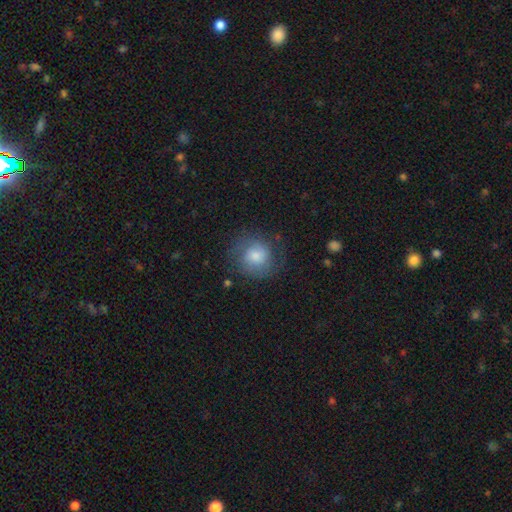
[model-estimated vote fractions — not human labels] This appears to be a smooth galaxy with no disk features (58%) that is round (84%). Merging: none (71%).